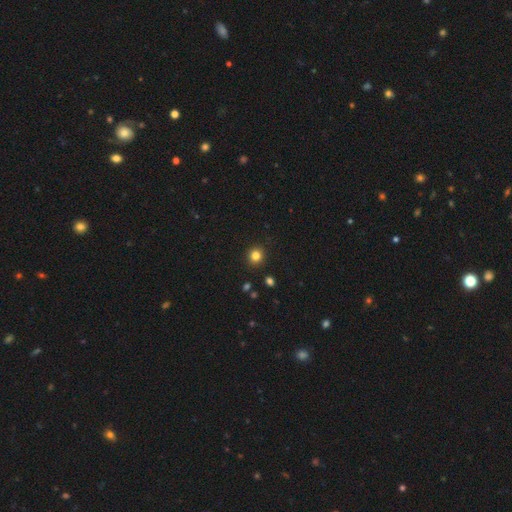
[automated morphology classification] Smooth or featured?
  - smooth: 82% *
  - star or artifact: 13%
  - featured or disk: 5%
How rounded?
  - round: 90% *
  - in between: 9%
  - cigar-shaped: 1%
Merging?
  - none: 92% *
  - minor disturbance: 5%
  - major disturbance: 2%
  - merger: 1%